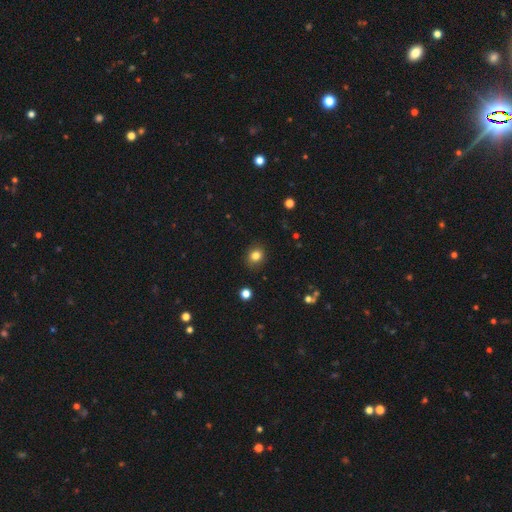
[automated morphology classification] This is clearly a smooth galaxy (82%). How rounded: likely round (66%). Merging: clearly none (87%).